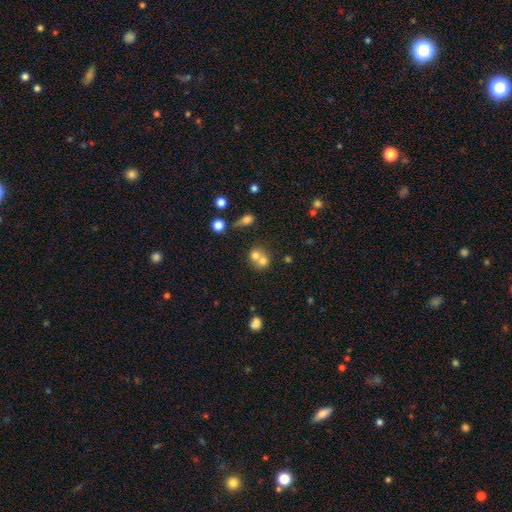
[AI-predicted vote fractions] Smooth or featured? Predicted: smooth (p=0.68). How rounded? Predicted: round (p=0.76). Merging? Predicted: merger (p=0.61).